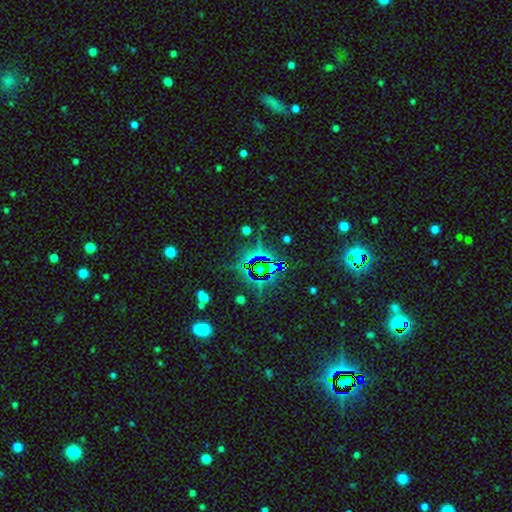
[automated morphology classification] Smooth or featured? Predicted: star or artifact (p=0.77).